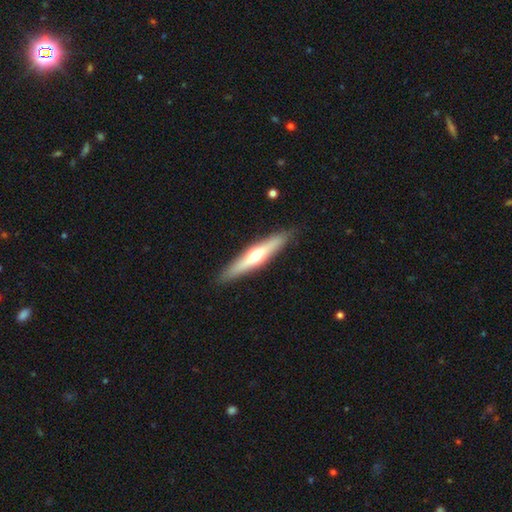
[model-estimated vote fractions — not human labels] Overall: featured or disk (55%; smooth 40%). Edge-on disk: yes (93%). Edge-on bulge: rounded (90%). Merging: none (89%).